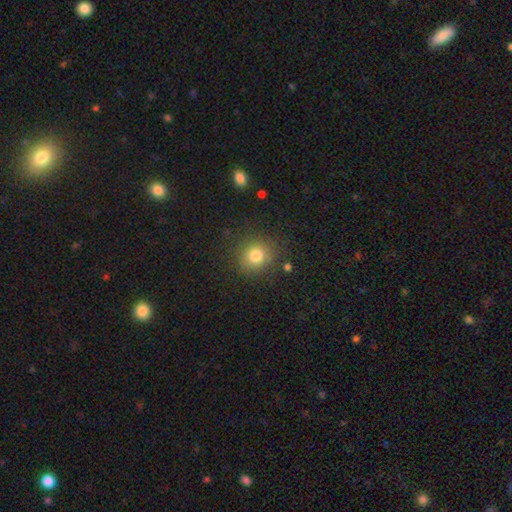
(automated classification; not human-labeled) The model was most divided on "smooth or featured": smooth: 80%, star or artifact: 13%, featured or disk: 7%. More confident: how rounded — round (87%); merging — none (84%).